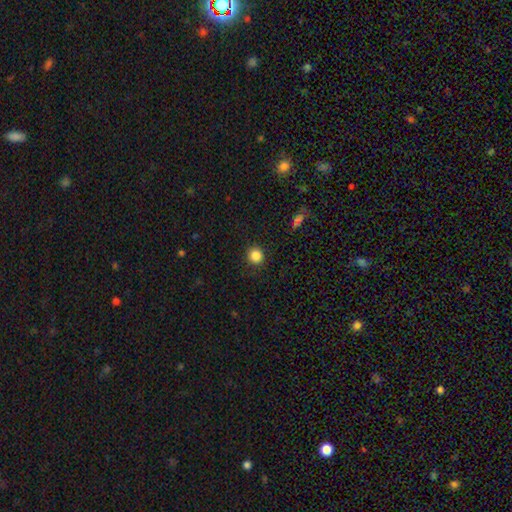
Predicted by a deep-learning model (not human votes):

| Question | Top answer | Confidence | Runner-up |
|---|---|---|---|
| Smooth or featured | smooth | 86% | star or artifact (11%) |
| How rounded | round | 92% | in between (7%) |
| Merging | none | 90% | minor disturbance (6%) |